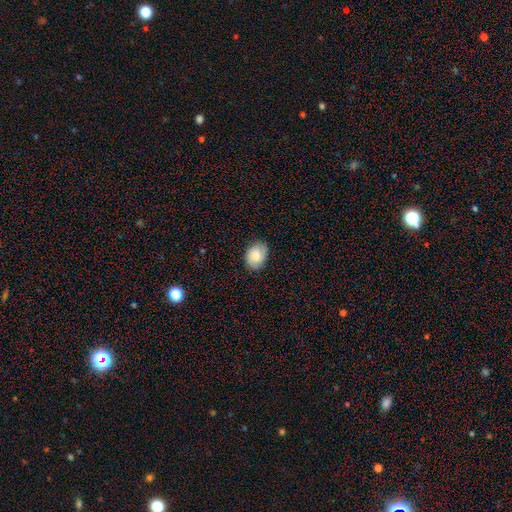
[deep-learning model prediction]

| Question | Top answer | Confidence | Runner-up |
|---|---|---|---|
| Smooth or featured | smooth | 76% | featured or disk (17%) |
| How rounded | in between | 71% | round (28%) |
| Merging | none | 83% | minor disturbance (13%) |